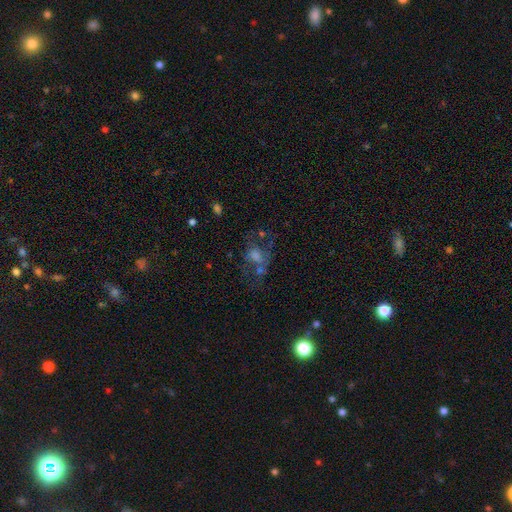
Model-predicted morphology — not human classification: Overall: featured or disk (41%; smooth 34%). Merging: none (43%; major disturbance 25%).